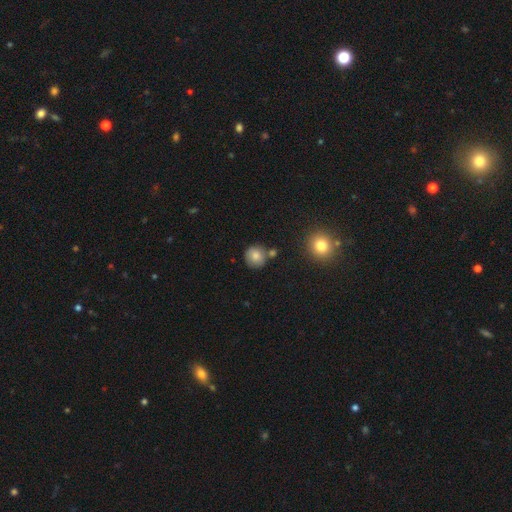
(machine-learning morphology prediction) Smooth or featured?
  - smooth: 81% *
  - star or artifact: 10%
  - featured or disk: 9%
How rounded?
  - round: 90% *
  - in between: 9%
  - cigar-shaped: 1%
Merging?
  - none: 75% *
  - minor disturbance: 12%
  - merger: 10%
  - major disturbance: 3%